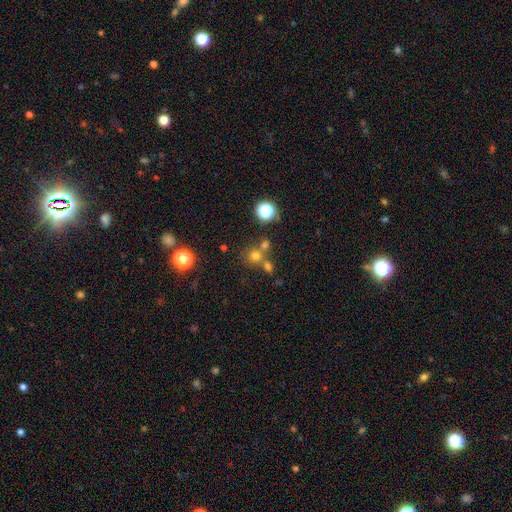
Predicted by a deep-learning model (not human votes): The model was most divided on "merging": none: 57%, merger: 31%, minor disturbance: 8%, major disturbance: 4%. More confident: how rounded — round (85%); smooth or featured — smooth (66%).